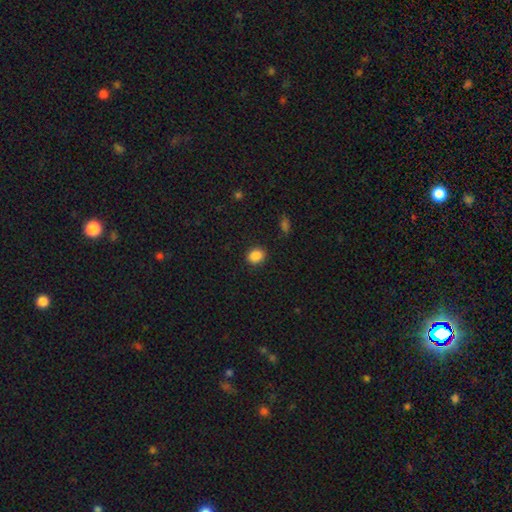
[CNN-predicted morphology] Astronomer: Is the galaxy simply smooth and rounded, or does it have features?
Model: smooth — 87%.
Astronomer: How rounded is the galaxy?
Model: round — 56% (runner-up: in between, 43%).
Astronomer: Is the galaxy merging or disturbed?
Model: none — 89%.